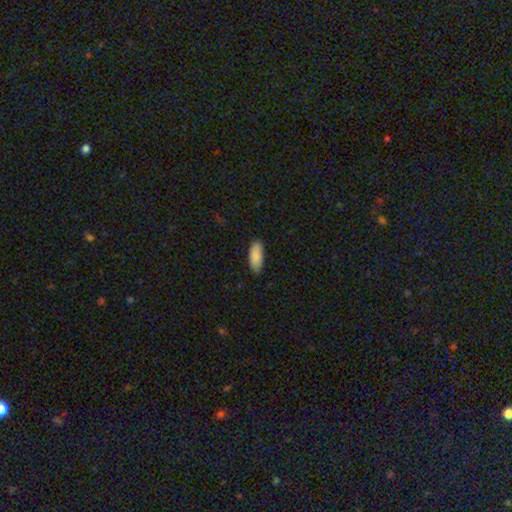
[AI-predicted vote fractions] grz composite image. It shows a smooth galaxy with no disk features (89%) that is in between round and cigar-shaped (81%). Merging: none (83%).